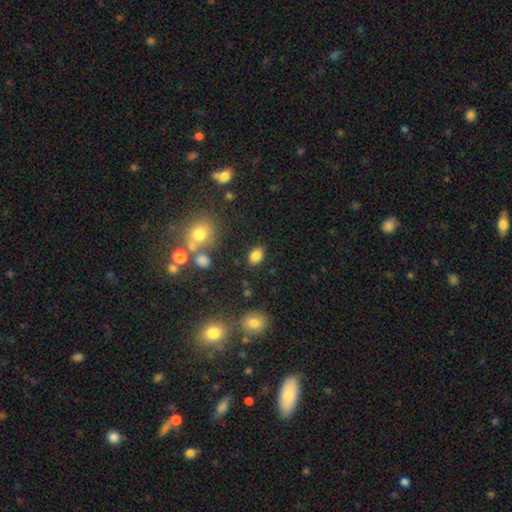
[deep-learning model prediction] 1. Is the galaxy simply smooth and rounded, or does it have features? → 83% smooth, 11% star or artifact, 6% featured or disk.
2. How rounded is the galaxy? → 80% in between, 18% round, 2% cigar-shaped.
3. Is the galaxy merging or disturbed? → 83% none, 10% minor disturbance, 4% merger, 3% major disturbance.